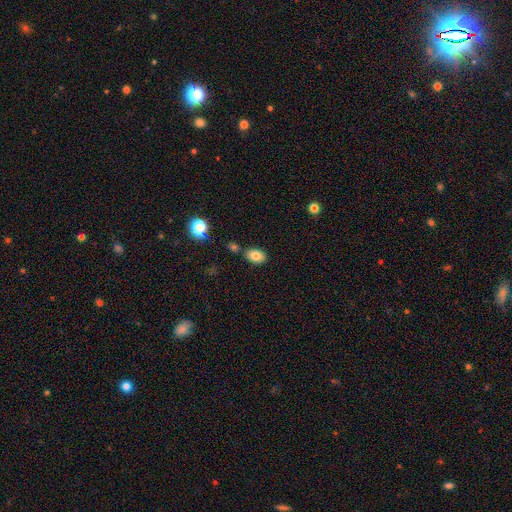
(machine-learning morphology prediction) Smooth or featured: smooth — 81% (featured or disk — 9%)
How rounded: in between — 86% (round — 13%)
Merging: none — 74% (minor disturbance — 12%)